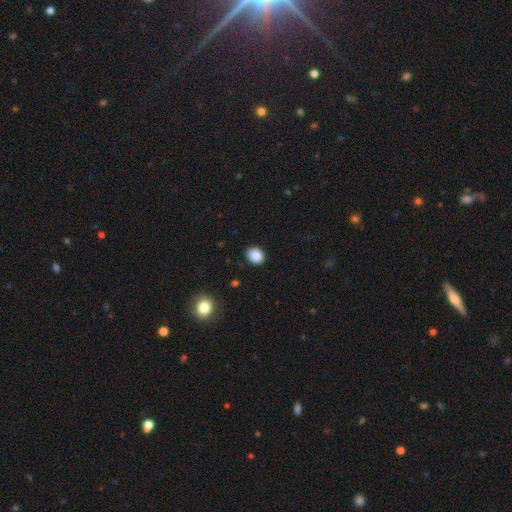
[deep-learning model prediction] Morphology: type=smooth (88%); roundness=round (56%); merging=none (89%).